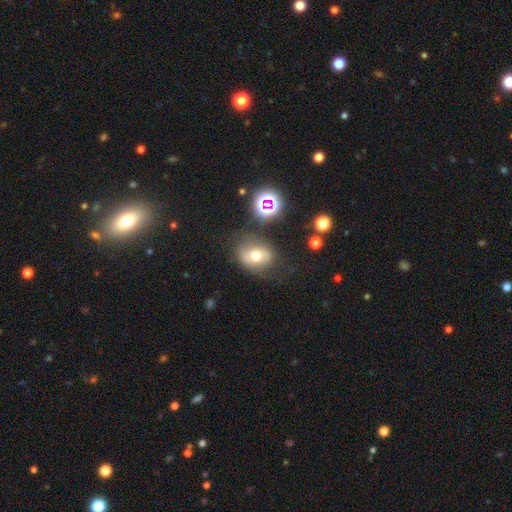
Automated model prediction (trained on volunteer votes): Smooth or featured?
  - smooth: 58% *
  - featured or disk: 26%
  - star or artifact: 16%
How rounded?
  - in between: 55% *
  - round: 44%
  - cigar-shaped: 1%
Merging?
  - none: 65% *
  - minor disturbance: 21%
  - major disturbance: 10%
  - merger: 4%